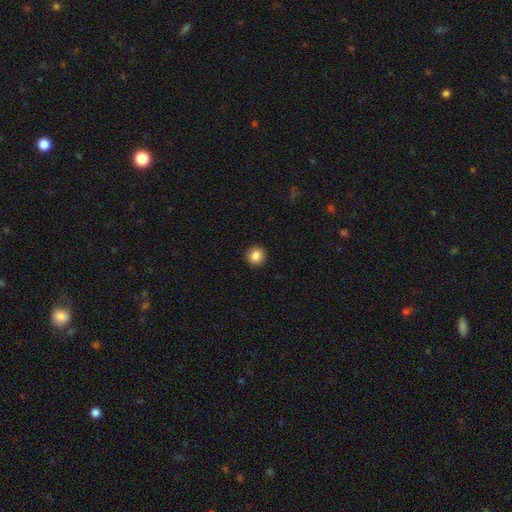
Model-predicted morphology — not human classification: A smooth galaxy with no disk features (86%) that is round (92%). Merging: none (93%).